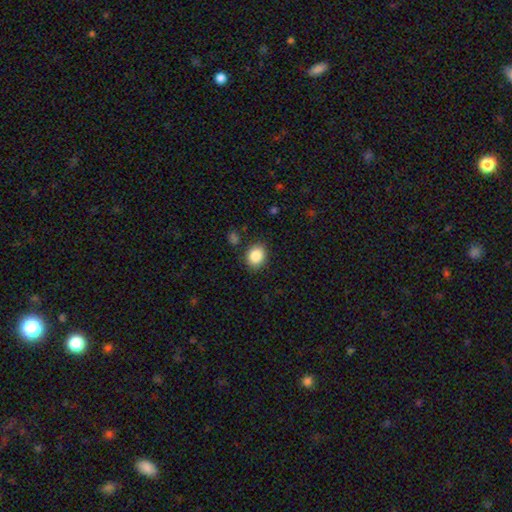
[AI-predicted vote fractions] Q: Smooth or featured?
A: smooth (86%); runner-up: star or artifact (9%)
Q: How rounded?
A: round (63%); runner-up: in between (36%)
Q: Merging?
A: none (85%); runner-up: minor disturbance (10%)